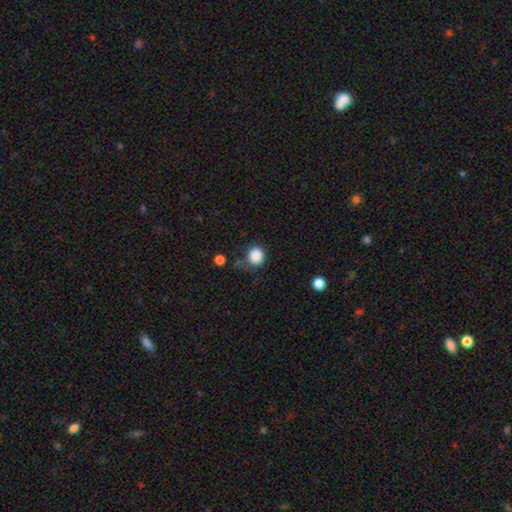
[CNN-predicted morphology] A smooth galaxy with no disk features (87%) that is round (79%). Merging: none (75%).